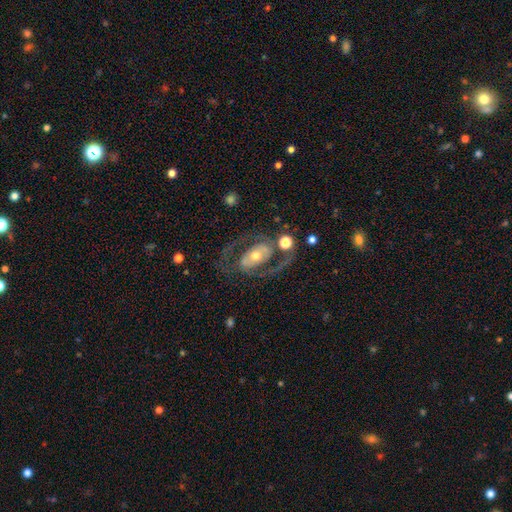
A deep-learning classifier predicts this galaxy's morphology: Smooth or featured? Predicted: featured or disk (p=0.80). Edge-on disk? Predicted: no (p=0.95). Bar? Predicted: no (p=0.48). Spiral arms? Predicted: yes (p=0.80). Spiral winding? Predicted: medium (p=0.52). Spiral arm count? Predicted: 2 (p=0.87). Bulge size? Predicted: moderate (p=0.65). Merging? Predicted: none (p=0.64).